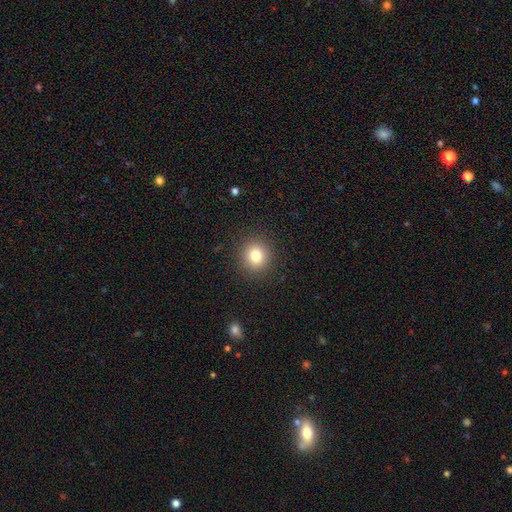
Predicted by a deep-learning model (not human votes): This appears to be a smooth galaxy with no disk features (80%) that is round (90%). Merging: none (91%).